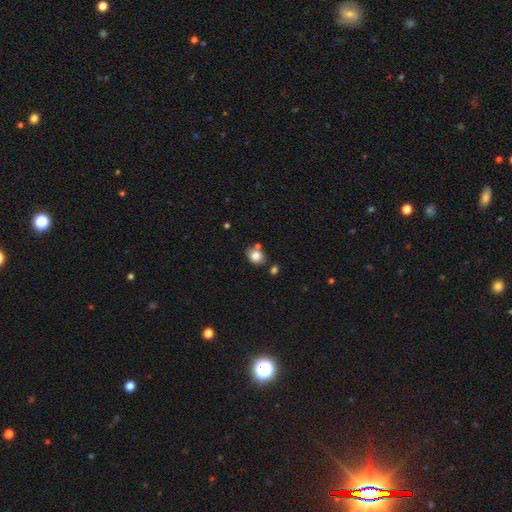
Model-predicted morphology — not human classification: This is clearly a smooth galaxy (83%). How rounded: possibly round (52%). Merging: likely none (65%).